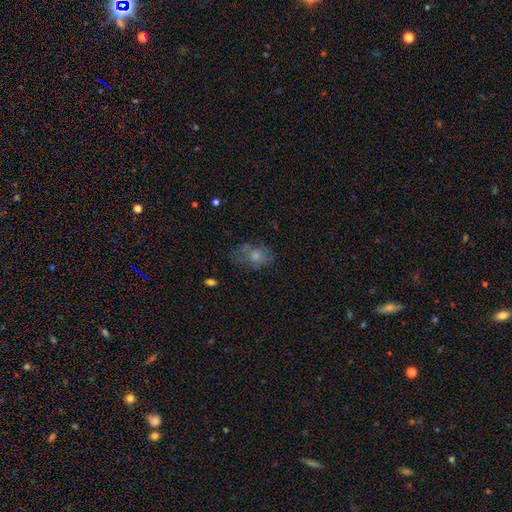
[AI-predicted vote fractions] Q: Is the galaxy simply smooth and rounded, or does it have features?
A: smooth — 63%.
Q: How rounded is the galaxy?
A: in between — 69%.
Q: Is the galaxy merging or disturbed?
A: none — 48%.